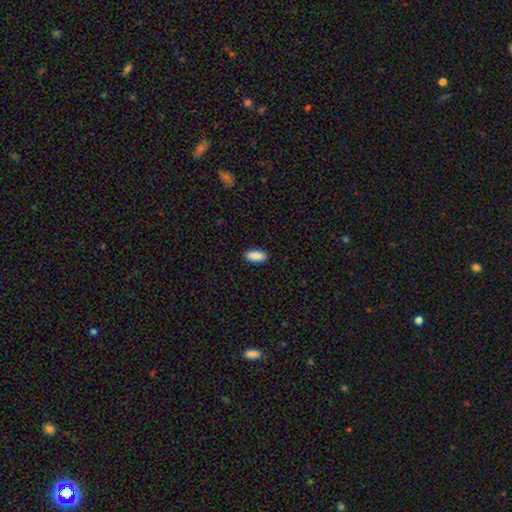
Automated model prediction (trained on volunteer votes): Smooth or featured? Predicted: smooth (p=0.90). How rounded? Predicted: in between (p=0.86). Merging? Predicted: none (p=0.89).